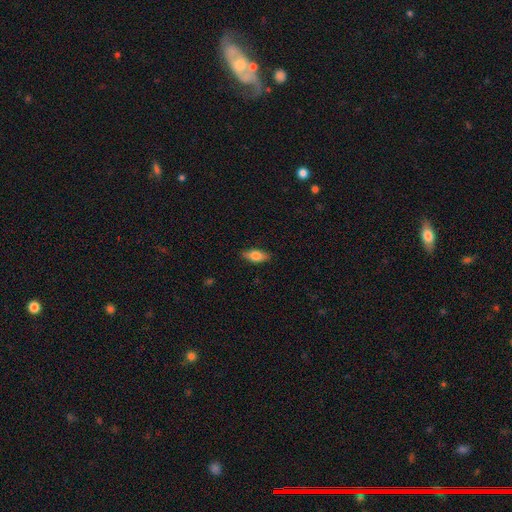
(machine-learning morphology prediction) Smooth or featured?
  - smooth: 78% *
  - featured or disk: 15%
  - star or artifact: 7%
How rounded?
  - in between: 83% *
  - cigar-shaped: 14%
  - round: 3%
Merging?
  - none: 84% *
  - minor disturbance: 12%
  - major disturbance: 2%
  - merger: 1%